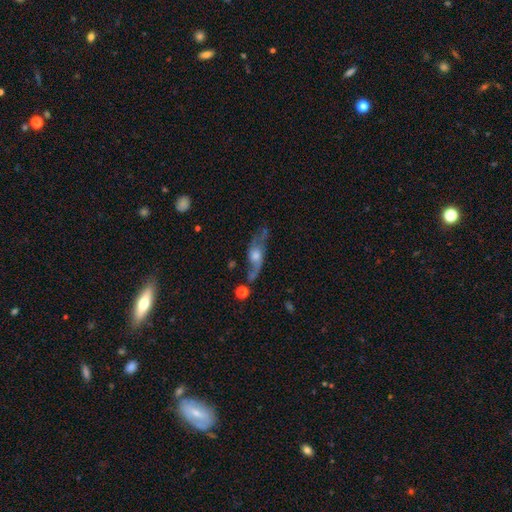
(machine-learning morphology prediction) Smooth or featured? Predicted: featured or disk (p=0.69). Edge-on disk? Predicted: no (p=0.67). Merging? Predicted: none (p=0.54).